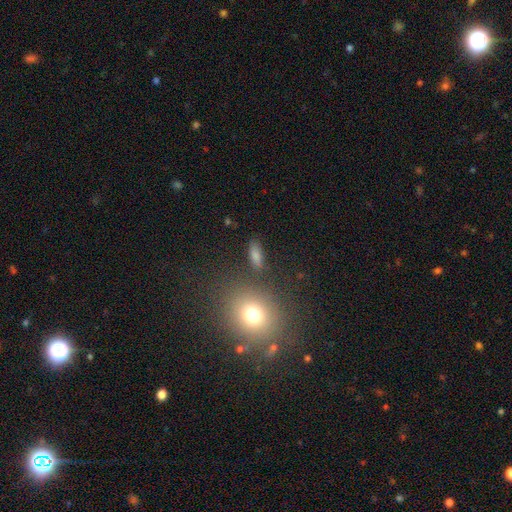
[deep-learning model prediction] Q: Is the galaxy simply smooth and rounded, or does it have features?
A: smooth — 71%.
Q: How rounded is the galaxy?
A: in between — 60%.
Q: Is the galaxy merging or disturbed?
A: none — 81%.